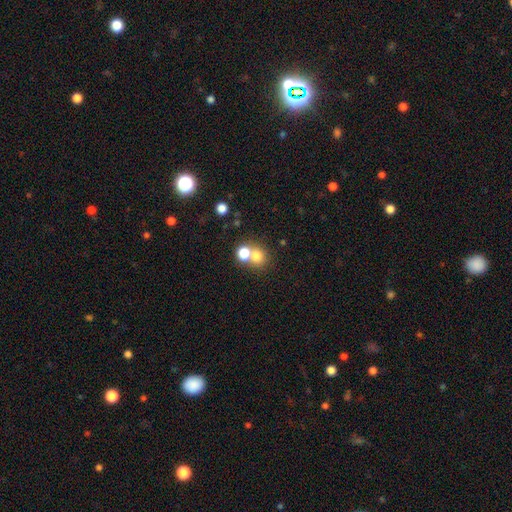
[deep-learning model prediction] smooth_or_featured: smooth (p=0.75) [alt: star or artifact p=0.15]
how_rounded: round (p=0.81) [alt: in between p=0.19]
merging: none (p=0.47) [alt: merger p=0.43]